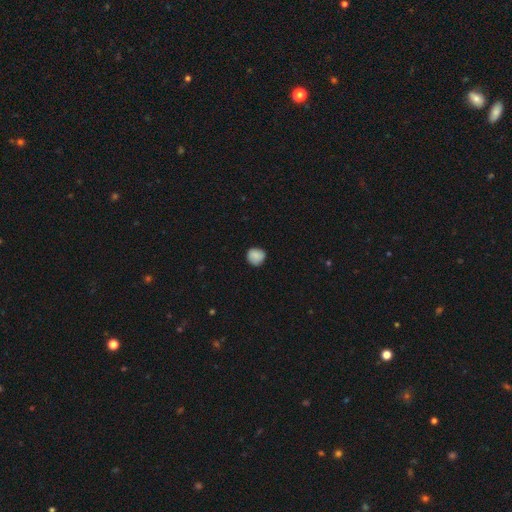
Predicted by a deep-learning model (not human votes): A smooth galaxy with no disk features (84%) that is round (89%). Merging: none (82%).